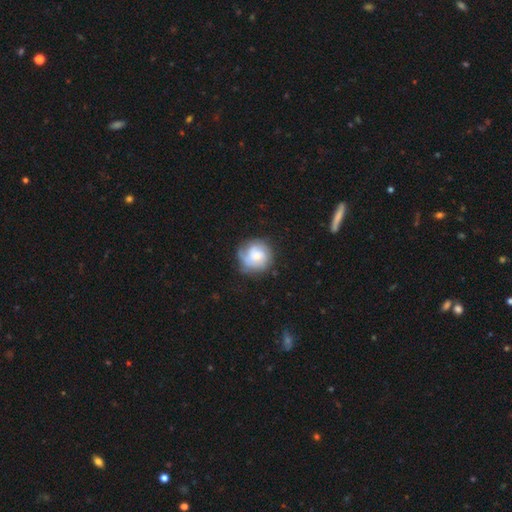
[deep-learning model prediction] This appears to be a smooth galaxy with no disk features (51%) that is round (88%). Merging: none (62%).